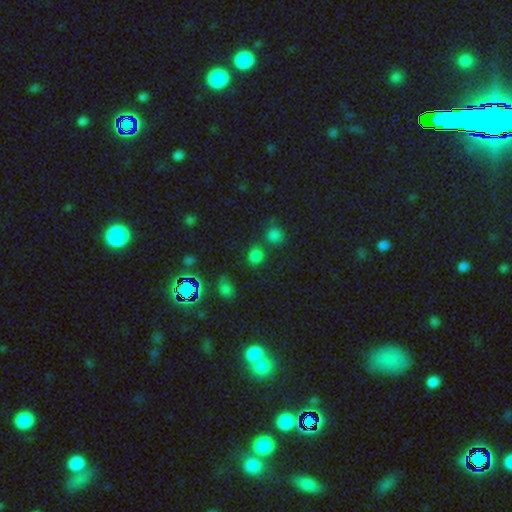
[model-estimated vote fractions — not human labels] This appears to be a smooth galaxy with no disk features (69%) that is round (77%). Merging: none (69%).